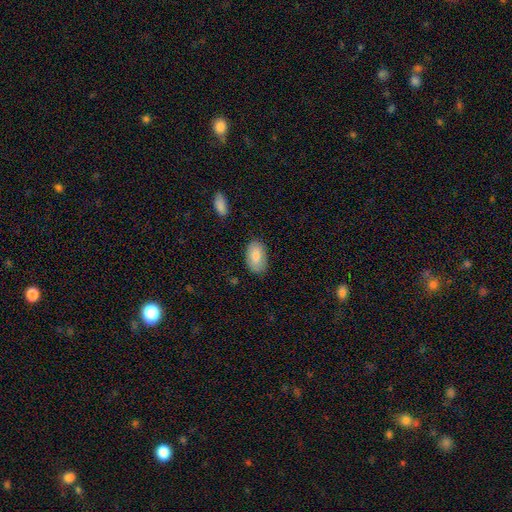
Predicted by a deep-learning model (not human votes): A smooth galaxy with no disk features (82%) that is in between round and cigar-shaped (92%).

Vote fractions:
- Smooth or featured? smooth: 82% / featured or disk: 11% / star or artifact: 6%
- How rounded? in between: 92% / round: 7% / cigar-shaped: 1%
- Merging? none: 82% / minor disturbance: 14% / major disturbance: 3% / merger: 1%